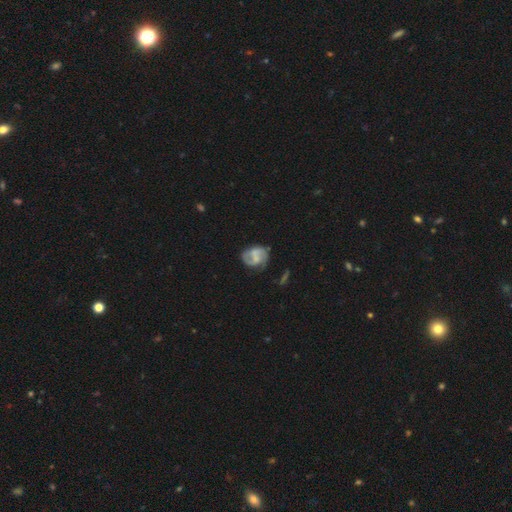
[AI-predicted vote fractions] Smooth or featured? Predicted: featured or disk (p=0.66). Edge-on disk? Predicted: no (p=0.98). Bar? Predicted: no (p=0.47). Spiral arms? Predicted: yes (p=0.82). Spiral winding? Predicted: medium (p=0.45). Spiral arm count? Predicted: 2 (p=0.72). Bulge size? Predicted: none (p=0.39). Merging? Predicted: none (p=0.59).